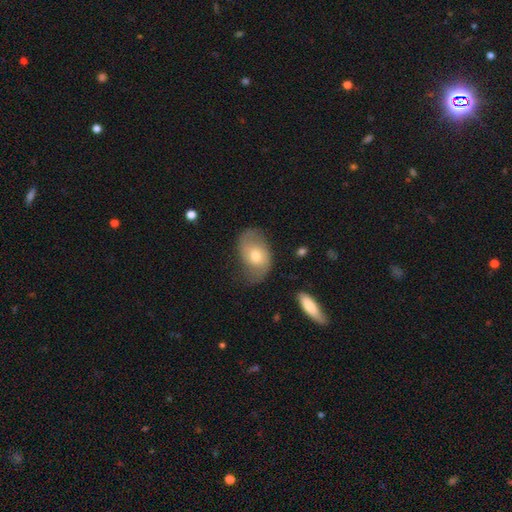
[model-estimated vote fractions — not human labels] Smooth or featured? featured or disk (51%)
Edge-on disk? no (94%)
Merging? none (58%)